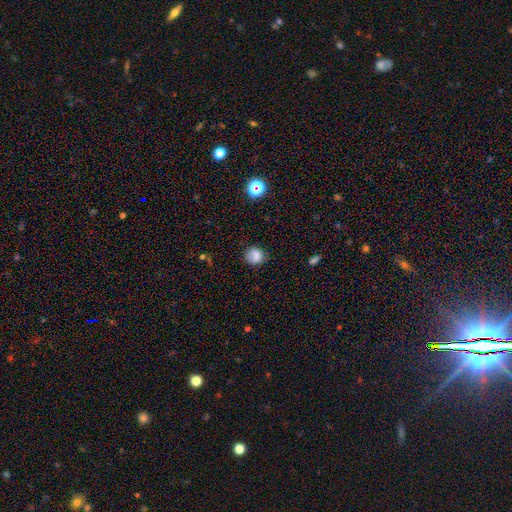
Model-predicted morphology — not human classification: Q: Smooth or featured?
A: smooth (79%); runner-up: star or artifact (12%)
Q: How rounded?
A: round (77%); runner-up: in between (22%)
Q: Merging?
A: none (73%); runner-up: minor disturbance (19%)